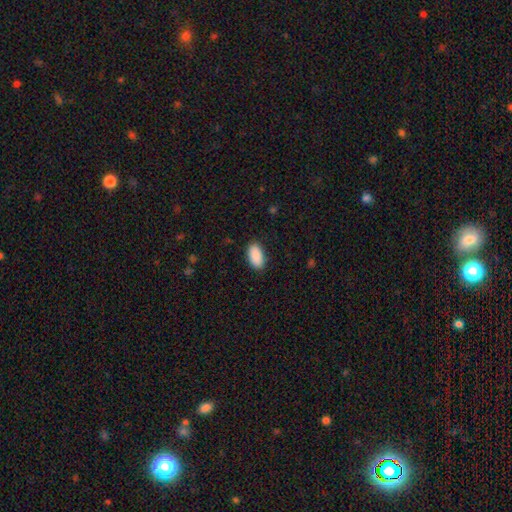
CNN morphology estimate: Q: Smooth or featured?
A: smooth (90%); runner-up: star or artifact (6%)
Q: How rounded?
A: in between (95%); runner-up: round (3%)
Q: Merging?
A: none (87%); runner-up: minor disturbance (10%)